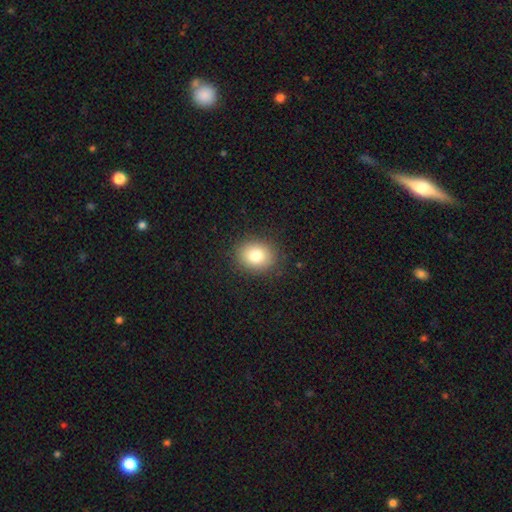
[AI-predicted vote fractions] Smooth or featured?
  - smooth: 82% *
  - star or artifact: 10%
  - featured or disk: 9%
How rounded?
  - round: 56% *
  - in between: 43%
  - cigar-shaped: 1%
Merging?
  - none: 88% *
  - minor disturbance: 8%
  - major disturbance: 3%
  - merger: 1%